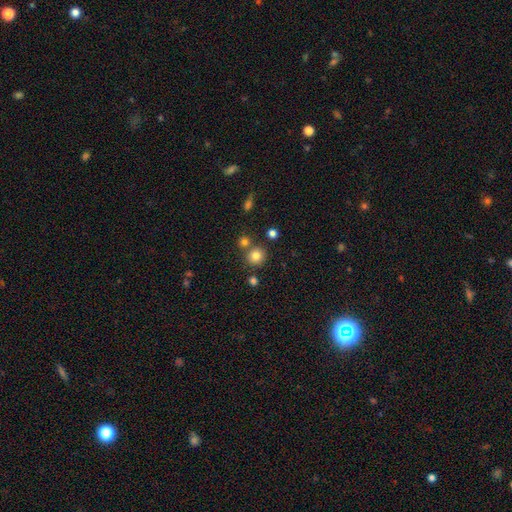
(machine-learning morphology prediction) smooth-or-featured: smooth: 81% | star or artifact: 13% | featured or disk: 7%
  how-rounded: round: 90% | in between: 9% | cigar-shaped: 1%
  merging: none: 75% | merger: 14% | minor disturbance: 8% | major disturbance: 3%